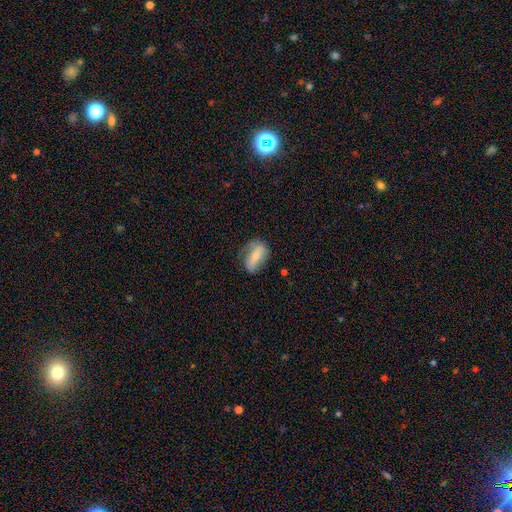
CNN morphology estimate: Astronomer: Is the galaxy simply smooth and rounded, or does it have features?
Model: smooth — 56% (runner-up: featured or disk, 36%).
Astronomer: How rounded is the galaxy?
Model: in between — 82%.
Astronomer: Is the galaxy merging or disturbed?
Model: none — 56%.